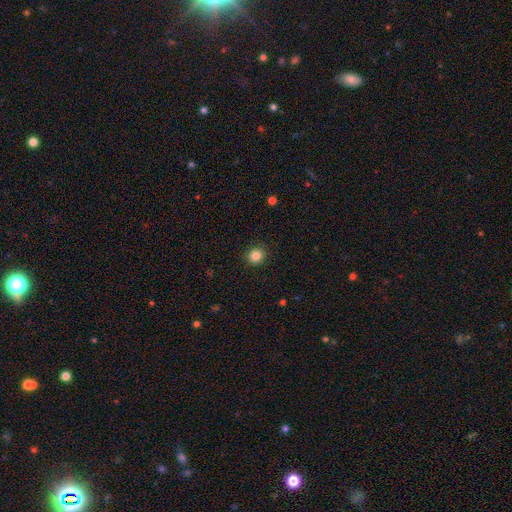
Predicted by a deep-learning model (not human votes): smooth_or_featured: smooth (p=0.85) [alt: star or artifact p=0.11]
how_rounded: round (p=0.90) [alt: in between p=0.09]
merging: none (p=0.92) [alt: minor disturbance p=0.06]